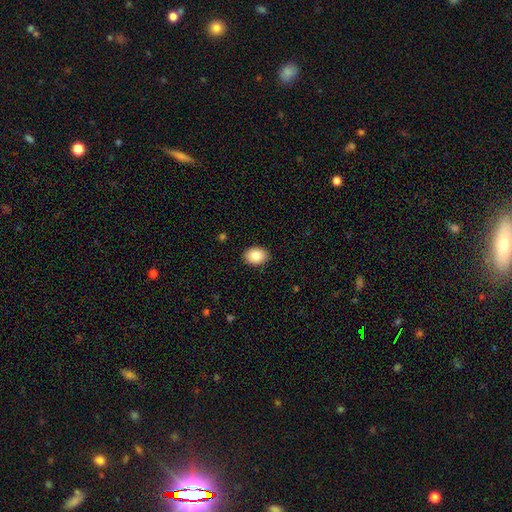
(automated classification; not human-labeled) Q: Smooth or featured?
A: smooth (85%); runner-up: star or artifact (8%)
Q: How rounded?
A: in between (75%); runner-up: round (24%)
Q: Merging?
A: none (90%); runner-up: minor disturbance (7%)